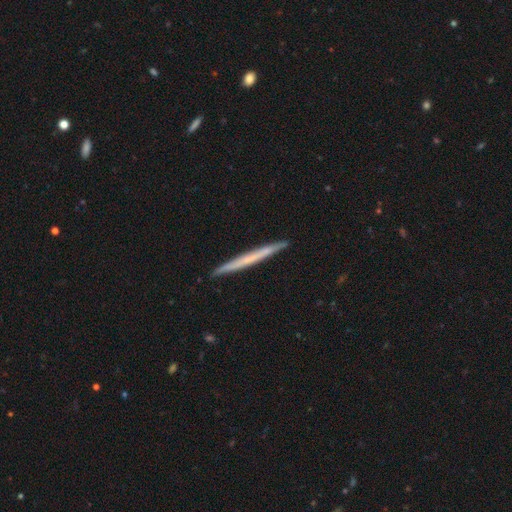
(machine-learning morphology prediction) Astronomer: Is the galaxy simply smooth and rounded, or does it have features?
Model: smooth — 48% (runner-up: featured or disk, 46%).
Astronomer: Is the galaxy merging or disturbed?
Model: none — 92%.